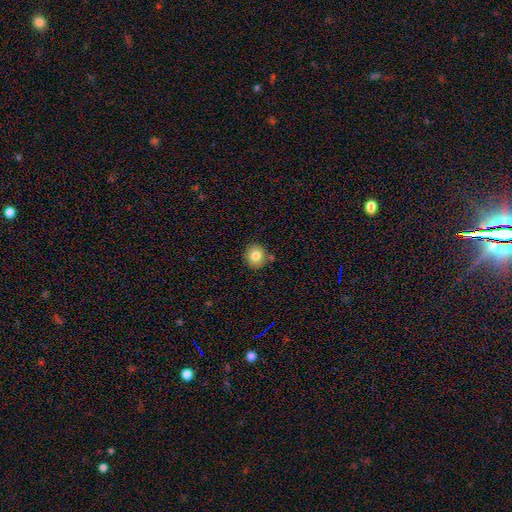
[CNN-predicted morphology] Smooth or featured? Predicted: smooth (p=0.81). How rounded? Predicted: round (p=0.86). Merging? Predicted: none (p=0.83).